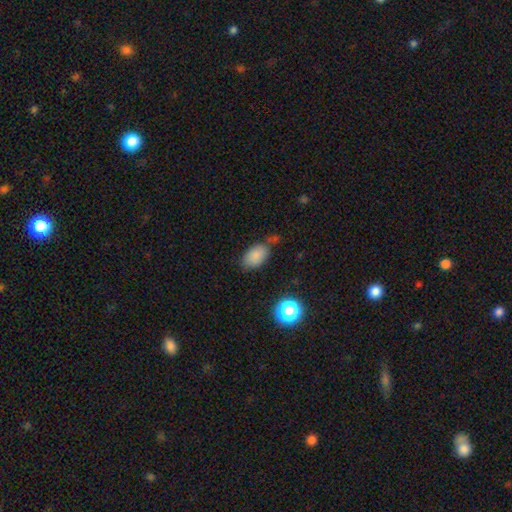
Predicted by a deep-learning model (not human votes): Q: Smooth or featured?
A: smooth (84%); runner-up: star or artifact (11%)
Q: How rounded?
A: in between (89%); runner-up: round (10%)
Q: Merging?
A: none (66%); runner-up: minor disturbance (21%)